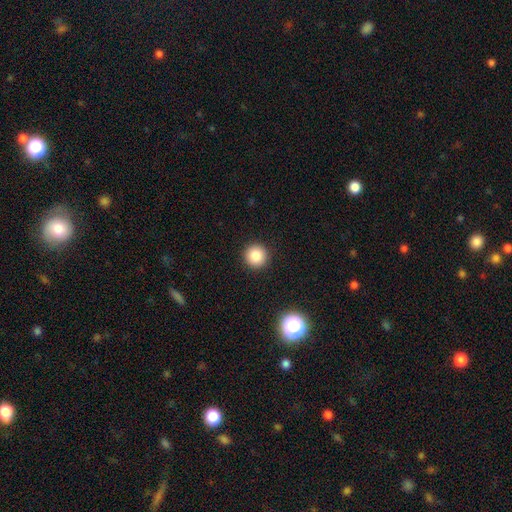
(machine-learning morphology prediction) Smooth or featured? Predicted: smooth (p=0.85). How rounded? Predicted: round (p=0.96). Merging? Predicted: none (p=0.93).